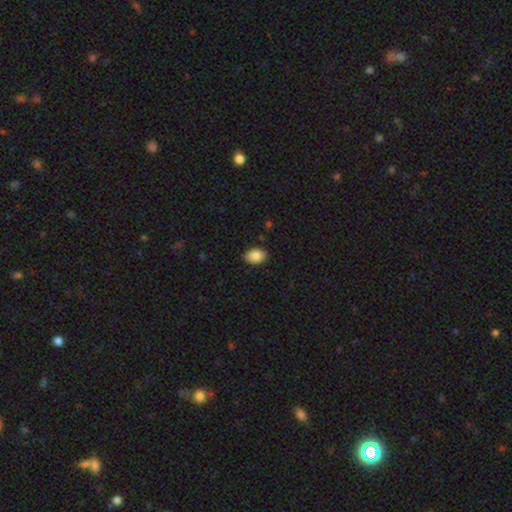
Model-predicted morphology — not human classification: A smooth galaxy with no disk features (86%) that is in between round and cigar-shaped (82%).

Vote fractions:
- Smooth or featured? smooth: 86% / star or artifact: 8% / featured or disk: 6%
- How rounded? in between: 82% / round: 17% / cigar-shaped: 1%
- Merging? none: 87% / minor disturbance: 10% / major disturbance: 2% / merger: 1%